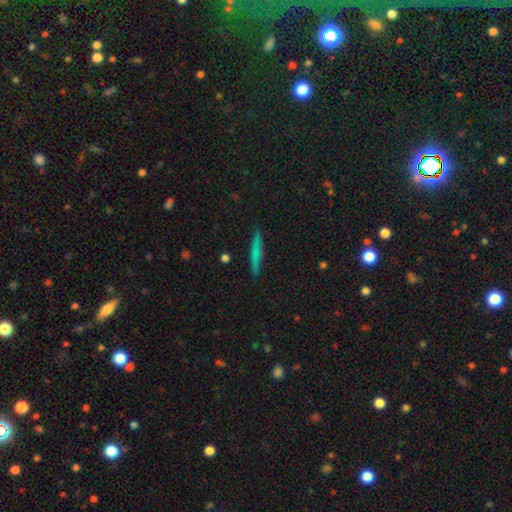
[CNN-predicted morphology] Overall: smooth (65%; featured or disk 27%). How rounded: cigar-shaped (93%). Merging: none (88%).